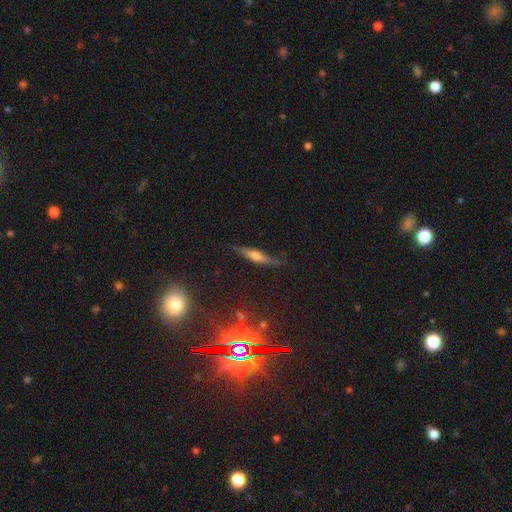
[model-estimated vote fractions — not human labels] A featured or disk galaxy (57%) viewed edge-on (92%) with a rounded central bulge (83%).

Vote fractions:
- Smooth or featured? featured or disk: 57% / smooth: 34% / star or artifact: 9%
- Edge-on disk? yes: 92% / no: 8%
- Edge-on bulge? rounded: 83% / boxy: 10% / none: 7%
- Merging? none: 81% / minor disturbance: 14% / major disturbance: 3% / merger: 2%